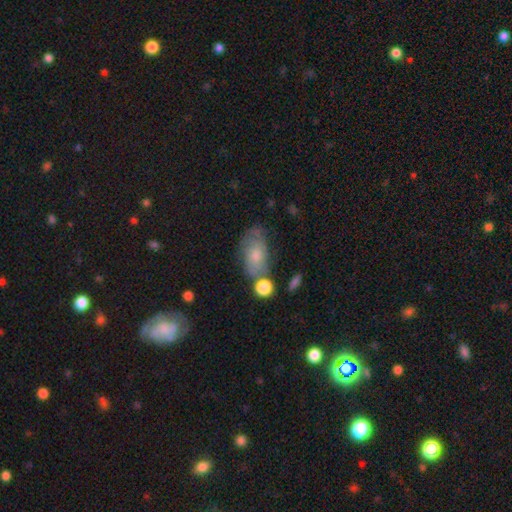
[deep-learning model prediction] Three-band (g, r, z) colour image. It shows a smooth galaxy with no disk features (56%) that is in between round and cigar-shaped (87%). Merging: none (58%).